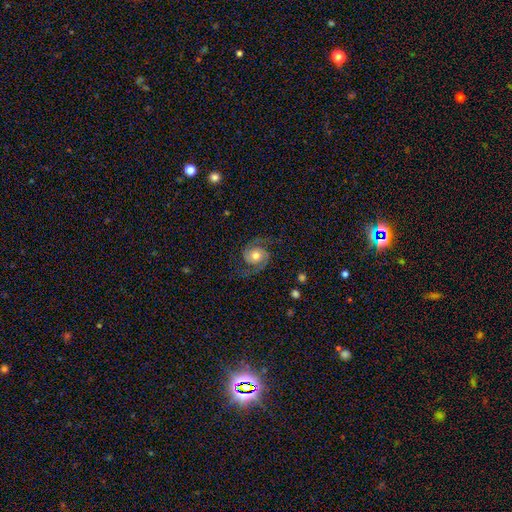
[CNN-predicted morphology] Overall: featured or disk (87%). Edge-on disk: no (98%). Bar: no (73%). Spiral arms: yes (97%). Spiral arm count: 2 (94%). Spiral winding: medium (54%; loose 30%). Bulge size: moderate (71%). Merging: none (79%).